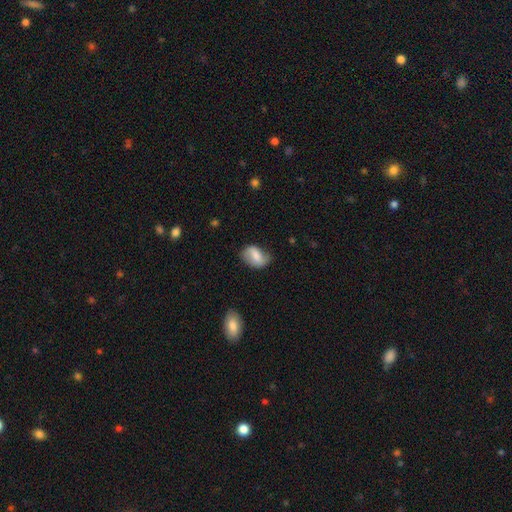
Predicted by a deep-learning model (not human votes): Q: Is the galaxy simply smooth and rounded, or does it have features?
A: smooth — 55%.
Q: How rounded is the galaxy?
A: in between — 80%.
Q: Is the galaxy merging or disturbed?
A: none — 61%.